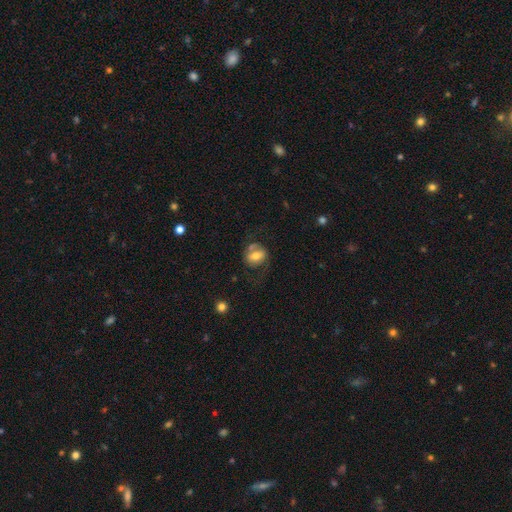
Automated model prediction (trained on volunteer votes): Smooth or featured? smooth (49%)
Merging? none (49%)